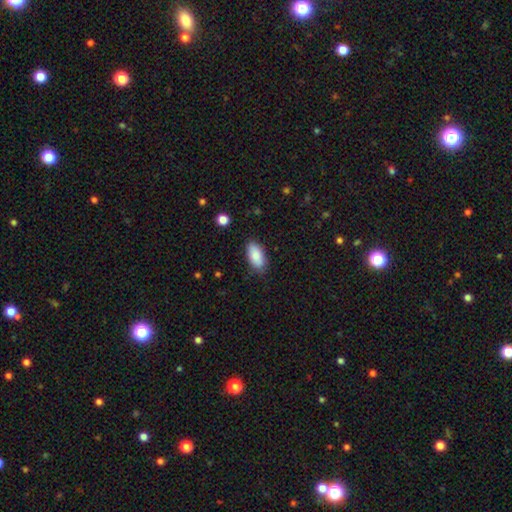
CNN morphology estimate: Smooth or featured?
  - smooth: 86% *
  - featured or disk: 8%
  - star or artifact: 7%
How rounded?
  - in between: 91% *
  - cigar-shaped: 6%
  - round: 2%
Merging?
  - none: 84% *
  - minor disturbance: 12%
  - major disturbance: 3%
  - merger: 1%